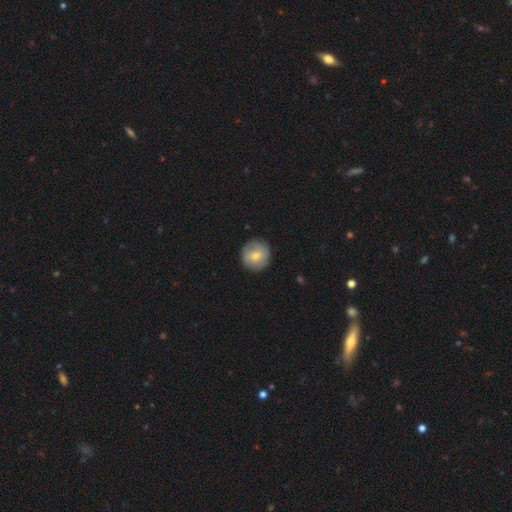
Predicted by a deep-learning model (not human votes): The model was most divided on "smooth or featured": smooth: 71%, featured or disk: 22%, star or artifact: 7%. More confident: how rounded — round (94%); merging — none (88%).